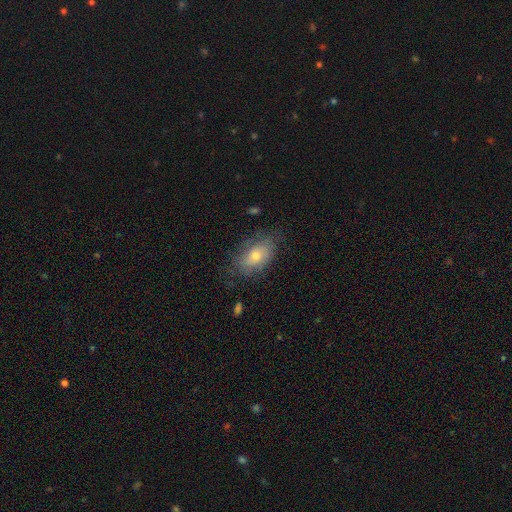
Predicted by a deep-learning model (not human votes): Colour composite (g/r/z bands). It shows a smooth galaxy with no disk features (60%) that is in between round and cigar-shaped (88%). Merging: none (69%).